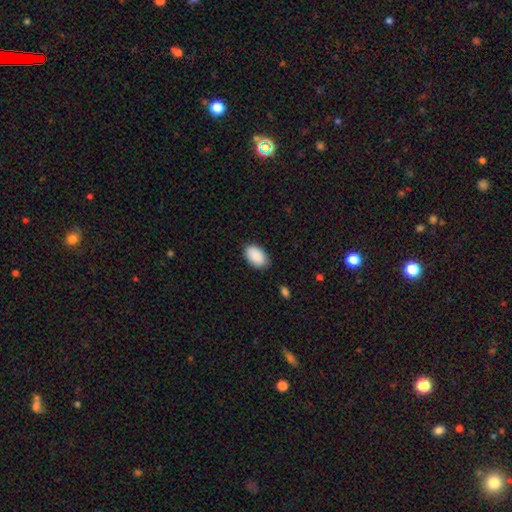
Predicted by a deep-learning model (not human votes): Morphology: type=smooth (91%); roundness=in between (93%); merging=none (84%).